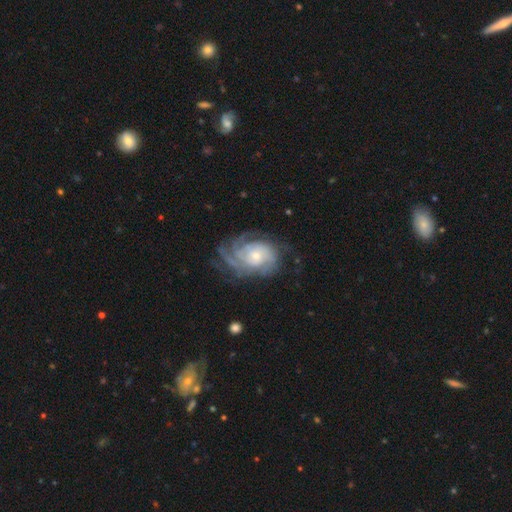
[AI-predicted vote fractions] smooth_or_featured: featured or disk (p=0.84) [alt: smooth p=0.10]
disk_edge_on: no (p=0.97) [alt: yes p=0.03]
bar: no (p=0.75) [alt: weak p=0.21]
has_spiral_arms: yes (p=0.95) [alt: no p=0.05]
spiral_winding: tight (p=0.61) [alt: medium p=0.30]
spiral_arm_count: can't tell (p=0.31) [alt: 4 p=0.21]
bulge_size: small (p=0.57) [alt: moderate p=0.36]
merging: none (p=0.61) [alt: minor disturbance p=0.21]